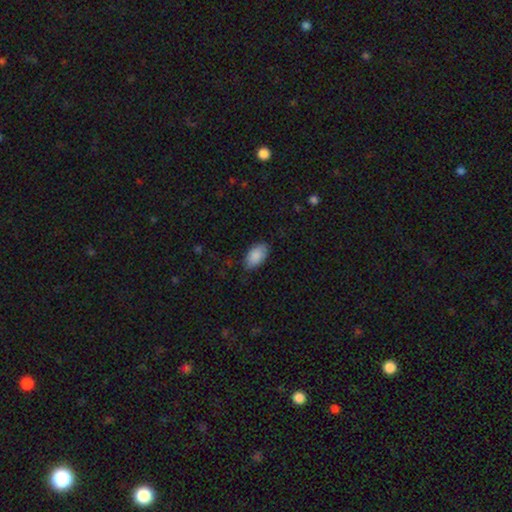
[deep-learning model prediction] A smooth galaxy with no disk features (88%) that is in between round and cigar-shaped (94%). Merging: none (79%).